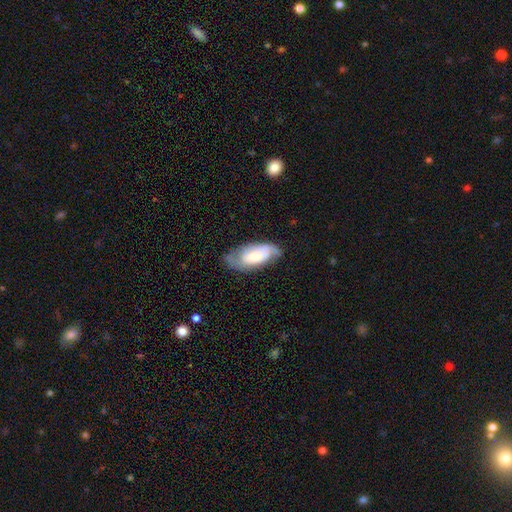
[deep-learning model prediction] Overall: featured or disk (54%; smooth 40%). Edge-on disk: no (90%). Merging: none (57%; minor disturbance 29%).